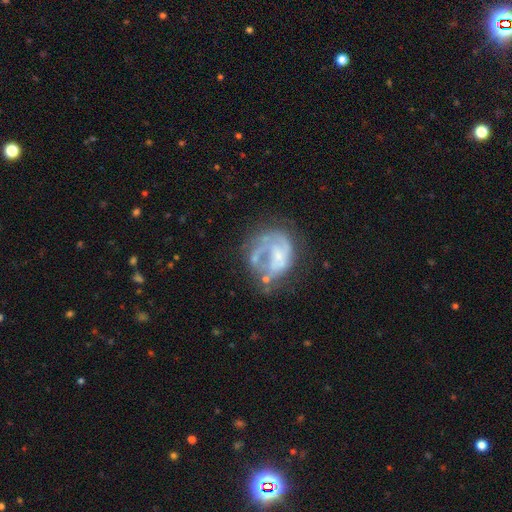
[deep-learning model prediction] Morphology: type=featured or disk (69%); edge-on=no (98%); bar=no (67%); spiral arms=yes (60%); bulge=none (46%); merging=none (41%).